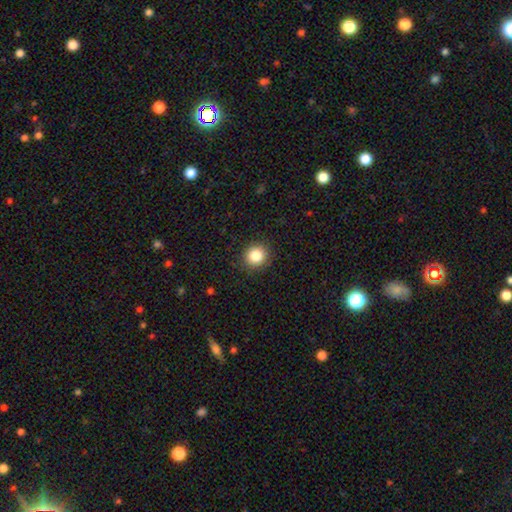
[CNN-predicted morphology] Smooth or featured: smooth — 85% (star or artifact — 10%)
How rounded: round — 89% (in between — 10%)
Merging: none — 90% (minor disturbance — 7%)